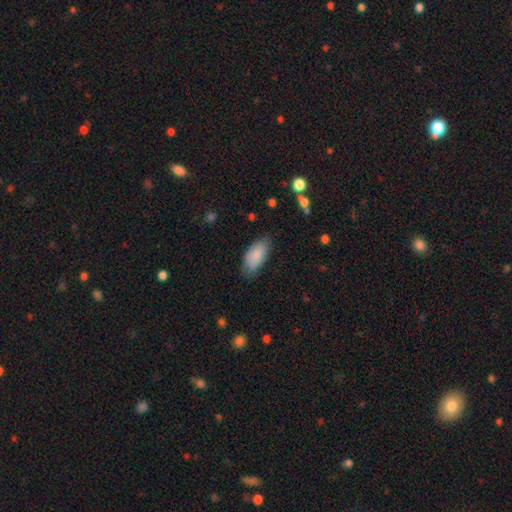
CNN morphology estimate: Overall: smooth (87%). How rounded: in between (92%). Merging: none (76%).